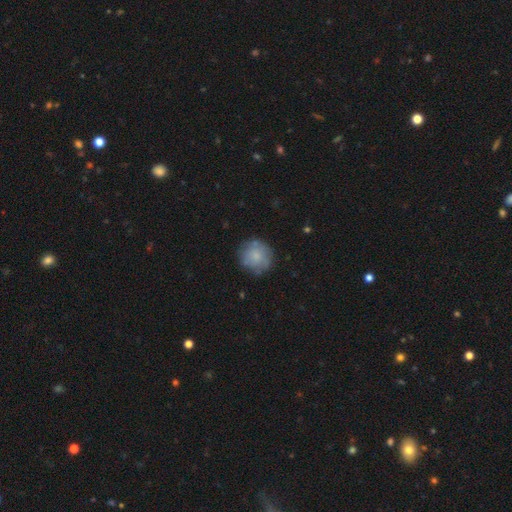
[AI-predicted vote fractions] This appears to be a smooth galaxy with no disk features (74%) that is round (92%). Merging: none (75%).